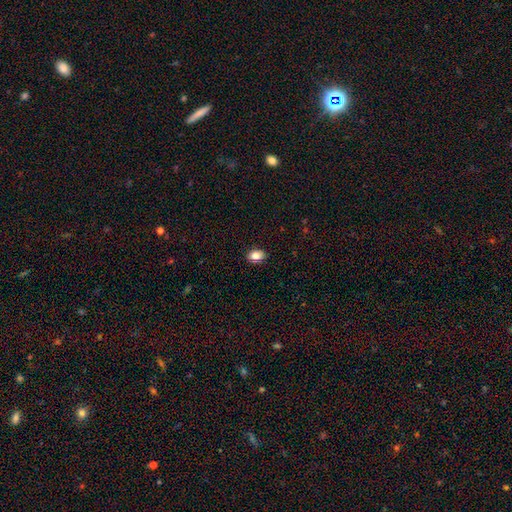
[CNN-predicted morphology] This appears to be a smooth galaxy with no disk features (85%) that is in between round and cigar-shaped (77%). Merging: none (89%).